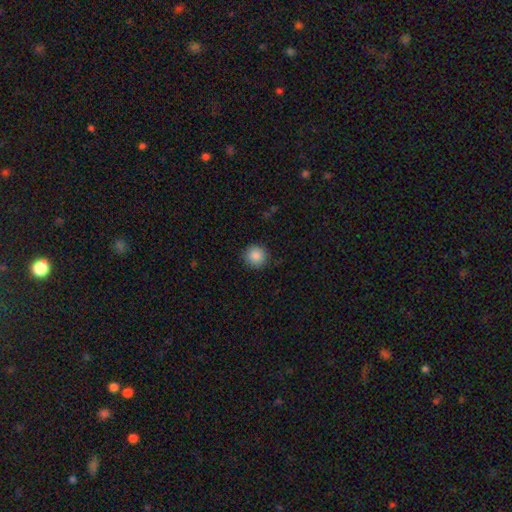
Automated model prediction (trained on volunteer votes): Smooth or featured?
  - smooth: 87% *
  - star or artifact: 9%
  - featured or disk: 4%
How rounded?
  - round: 94% *
  - in between: 5%
  - cigar-shaped: 1%
Merging?
  - none: 89% *
  - minor disturbance: 8%
  - major disturbance: 2%
  - merger: 1%